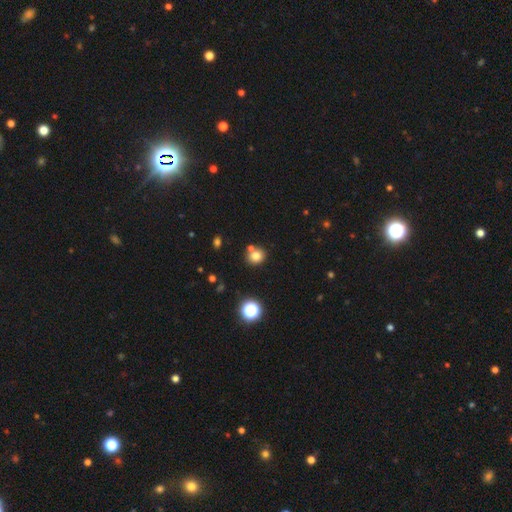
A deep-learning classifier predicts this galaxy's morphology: Smooth or featured?
  - smooth: 78% *
  - star or artifact: 14%
  - featured or disk: 8%
How rounded?
  - round: 83% *
  - in between: 16%
  - cigar-shaped: 1%
Merging?
  - none: 69% *
  - merger: 20%
  - minor disturbance: 9%
  - major disturbance: 3%